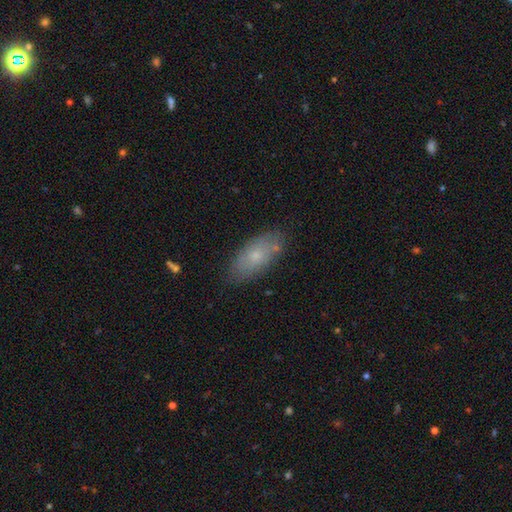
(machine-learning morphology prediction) smooth-or-featured: smooth: 66% | featured or disk: 26% | star or artifact: 8%
  how-rounded: in between: 86% | cigar-shaped: 11% | round: 3%
  merging: none: 78% | minor disturbance: 16% | major disturbance: 3% | merger: 3%